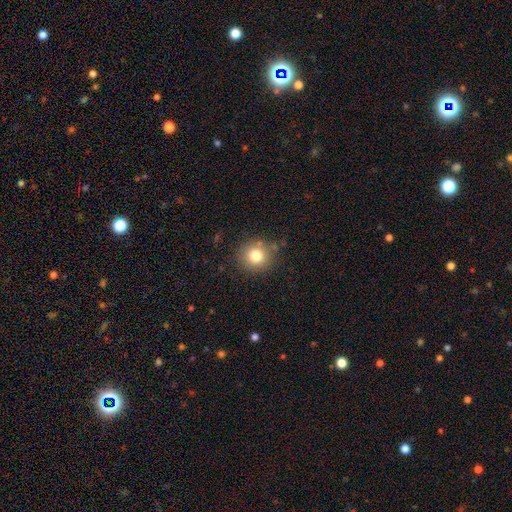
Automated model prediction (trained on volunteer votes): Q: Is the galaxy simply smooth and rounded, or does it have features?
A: smooth — 79%.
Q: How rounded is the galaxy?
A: round — 90%.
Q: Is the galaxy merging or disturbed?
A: none — 83%.